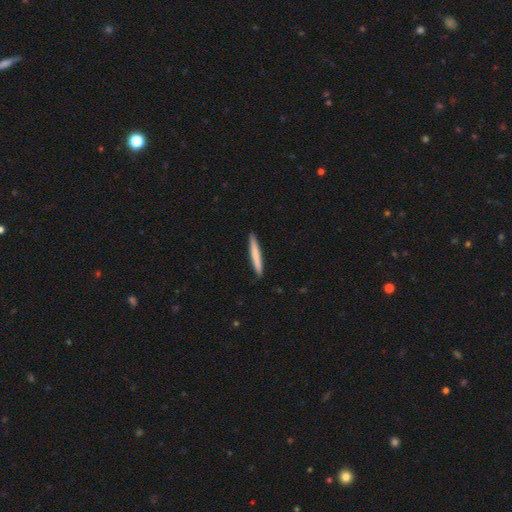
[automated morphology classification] smooth 76%, featured or disk 19%, star or artifact 5%. Down the decision tree: how rounded — cigar-shaped (96%); merging — none (92%).